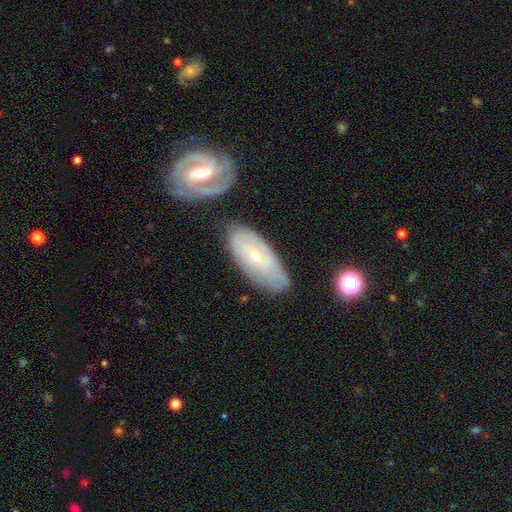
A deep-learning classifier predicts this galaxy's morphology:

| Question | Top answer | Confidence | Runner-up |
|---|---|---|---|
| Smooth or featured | featured or disk | 60% | smooth (33%) |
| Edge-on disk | no | 87% | yes (13%) |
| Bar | no | 62% | weak (29%) |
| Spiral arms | yes | 71% | no (29%) |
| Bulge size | small | 68% | moderate (29%) |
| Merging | none | 68% | minor disturbance (18%) |